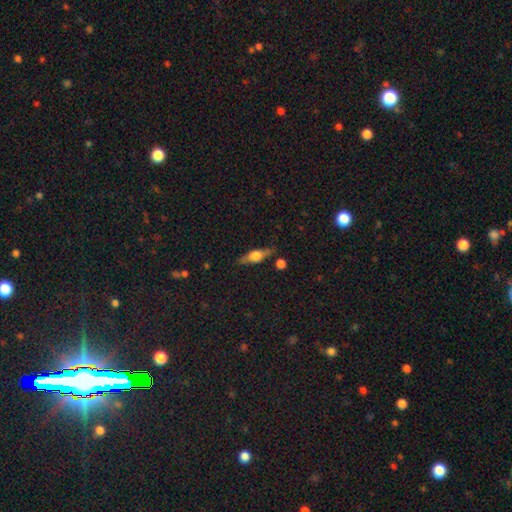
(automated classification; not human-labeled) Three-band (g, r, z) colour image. It shows a featured or disk galaxy (55%) viewed edge-on (92%) with a rounded central bulge (91%). Merging: none (80%).